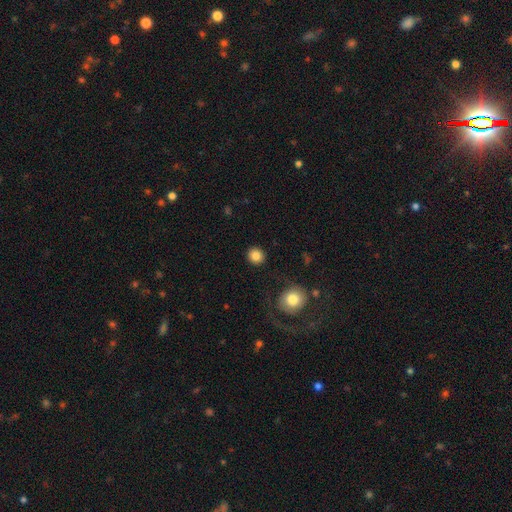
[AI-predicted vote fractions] A smooth galaxy with no disk features (84%) that is round (90%). Merging: none (90%).